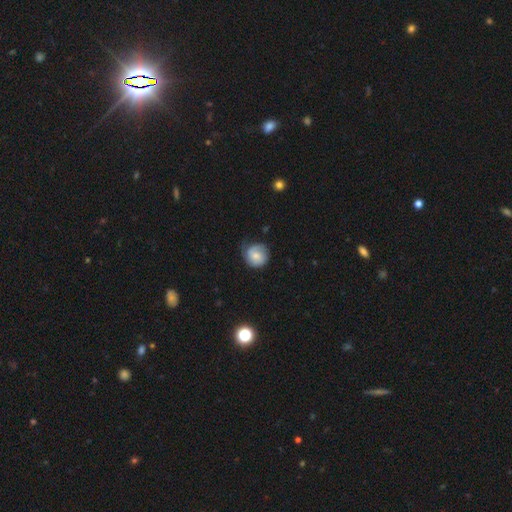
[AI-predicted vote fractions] Smooth or featured?
  - smooth: 49% *
  - featured or disk: 44%
  - star or artifact: 7%
Merging?
  - none: 58% *
  - minor disturbance: 30%
  - major disturbance: 10%
  - merger: 1%